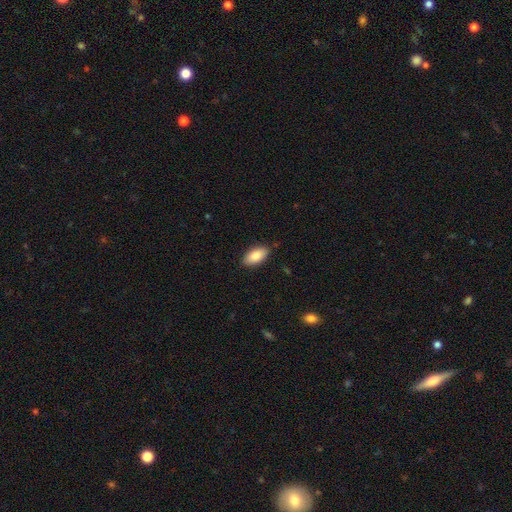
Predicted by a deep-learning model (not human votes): smooth_or_featured: smooth (p=0.86) [alt: featured or disk p=0.08]
how_rounded: in between (p=0.92) [alt: cigar-shaped p=0.05]
merging: none (p=0.87) [alt: minor disturbance p=0.10]